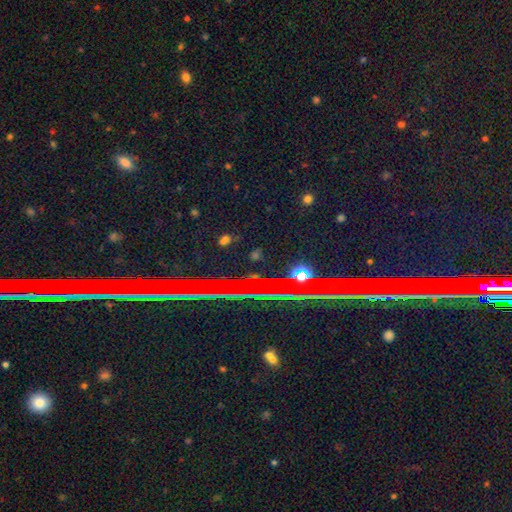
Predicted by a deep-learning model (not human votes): Smooth or featured? Predicted: star or artifact (p=0.76).